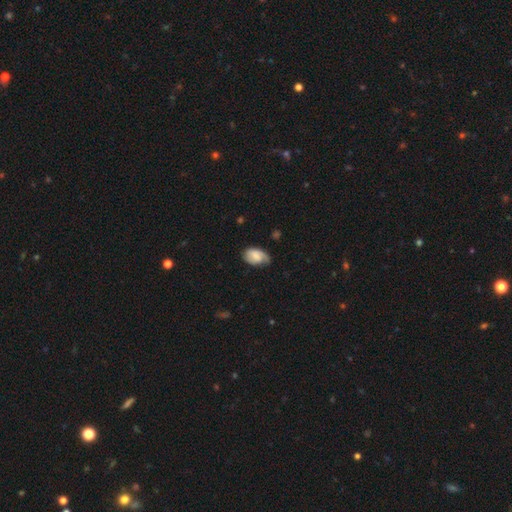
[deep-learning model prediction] Smooth or featured?
  - smooth: 56% *
  - featured or disk: 37%
  - star or artifact: 7%
How rounded?
  - in between: 86% *
  - round: 13%
  - cigar-shaped: 1%
Merging?
  - none: 53% *
  - minor disturbance: 34%
  - major disturbance: 12%
  - merger: 2%